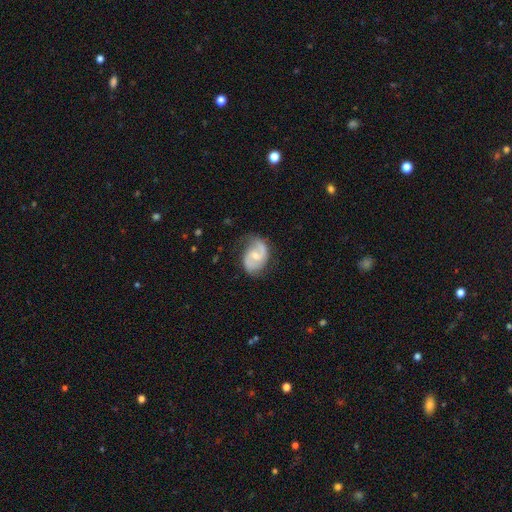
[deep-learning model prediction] This is clearly a featured or disk galaxy (80%). It is clearly not viewed edge-on (98%). Bar: possibly weak (51%). Spiral arm pattern: clearly yes (95%). Spiral arm count: clearly 2 (85%). Spiral winding: possibly medium (49%). Central bulge: possibly small (48%). Merging: likely none (67%).